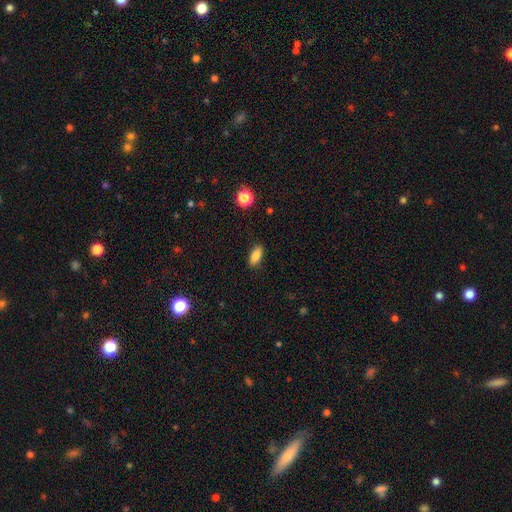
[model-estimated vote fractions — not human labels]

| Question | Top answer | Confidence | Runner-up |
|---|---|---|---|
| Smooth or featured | smooth | 84% | star or artifact (9%) |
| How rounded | in between | 82% | cigar-shaped (14%) |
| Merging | none | 87% | minor disturbance (9%) |